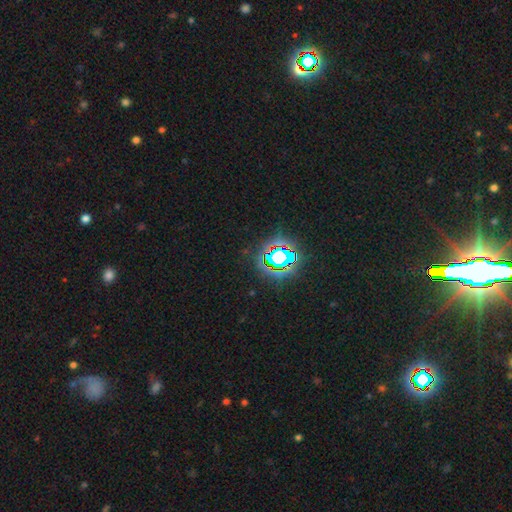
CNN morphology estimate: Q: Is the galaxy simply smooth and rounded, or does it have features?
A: star or artifact — 83%.